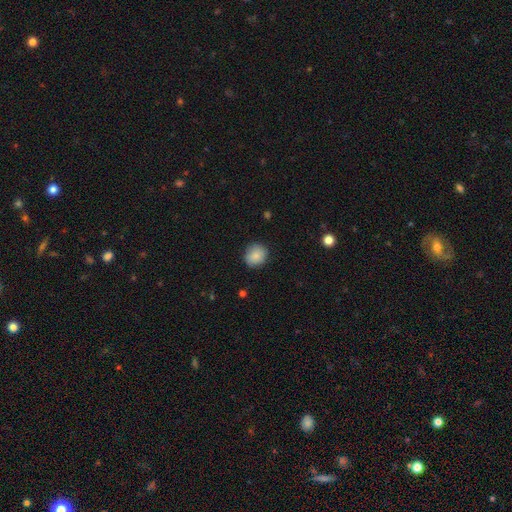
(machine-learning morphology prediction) The model was most divided on "how rounded": round: 79%, in between: 20%, cigar-shaped: 1%. More confident: smooth or featured — smooth (86%); merging — none (85%).